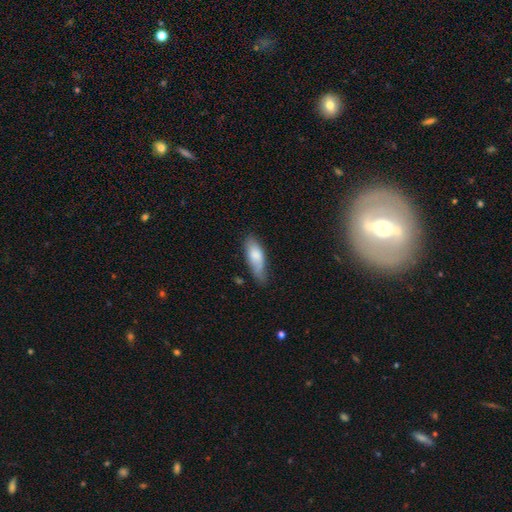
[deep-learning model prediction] smooth_or_featured: smooth (p=0.77) [alt: featured or disk p=0.17]
how_rounded: in between (p=0.67) [alt: cigar-shaped p=0.31]
merging: none (p=0.56) [alt: minor disturbance p=0.34]